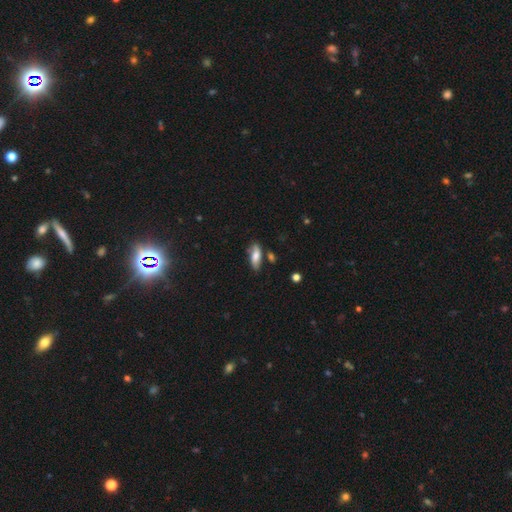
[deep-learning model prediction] smooth-or-featured: smooth: 71% | featured or disk: 22% | star or artifact: 7%
  how-rounded: in between: 69% | cigar-shaped: 28% | round: 3%
  merging: none: 69% | minor disturbance: 21% | merger: 6% | major disturbance: 5%